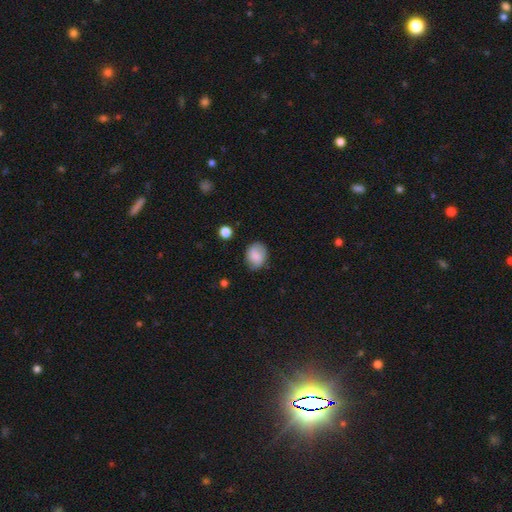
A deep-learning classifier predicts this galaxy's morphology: Smooth or featured? smooth (77%)
How rounded? in between (53%)
Merging? none (70%)